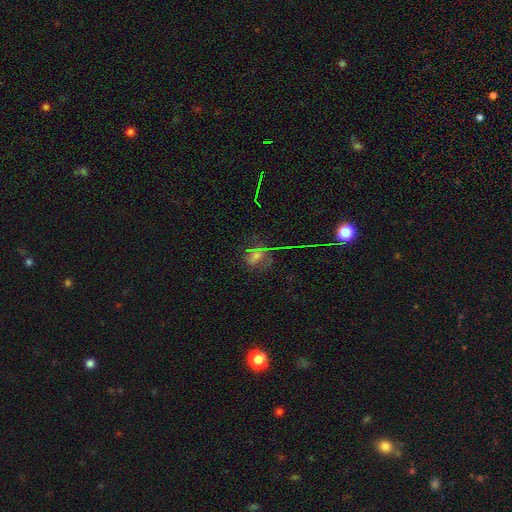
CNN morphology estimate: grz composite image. It shows a star or artifact, not a galaxy (50%).